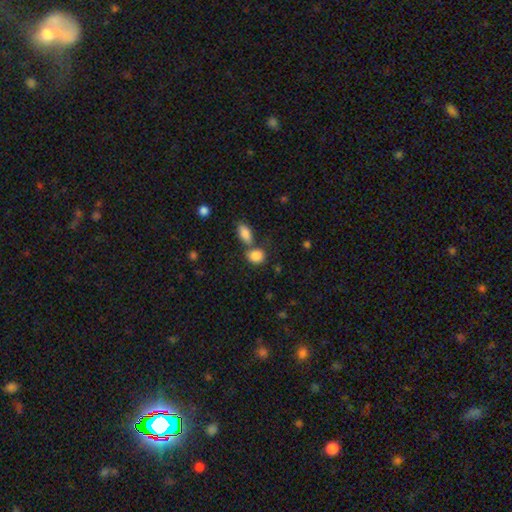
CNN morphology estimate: Smooth or featured? smooth (86%)
How rounded? in between (51%)
Merging? none (50%)